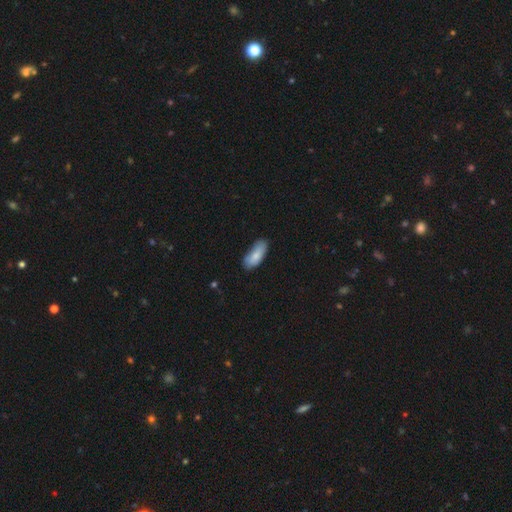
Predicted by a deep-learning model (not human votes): smooth-or-featured: smooth: 81% | featured or disk: 13% | star or artifact: 6%
  how-rounded: in between: 84% | cigar-shaped: 14% | round: 2%
  merging: none: 62% | minor disturbance: 29% | major disturbance: 6% | merger: 3%